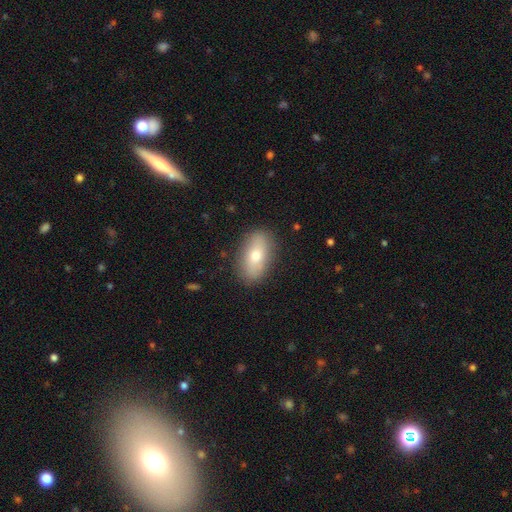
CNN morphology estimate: This appears to be a smooth galaxy with no disk features (69%) that is in between round and cigar-shaped (88%). Merging: none (86%).